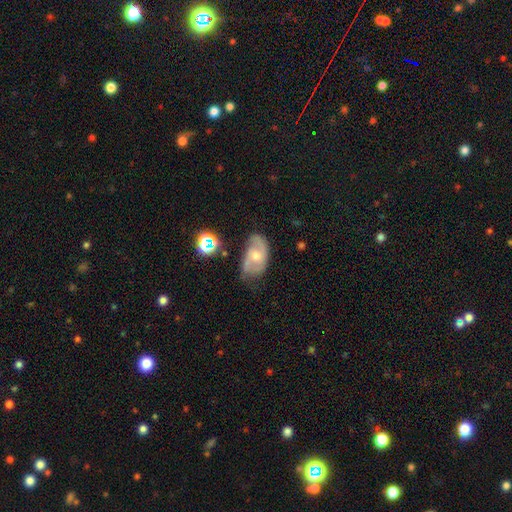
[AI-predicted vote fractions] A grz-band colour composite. It shows a featured or disk galaxy (66%) with no bar (60%), 2 (70%) medium (49%) spiral arms (87%) and a moderate central bulge (57%). Merging: none (54%).